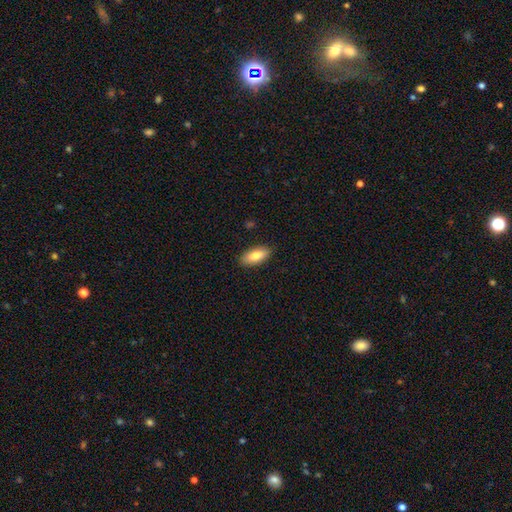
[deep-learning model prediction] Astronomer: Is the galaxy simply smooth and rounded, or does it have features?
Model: smooth — 79%.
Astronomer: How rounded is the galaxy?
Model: in between — 84%.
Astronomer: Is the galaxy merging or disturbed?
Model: none — 87%.